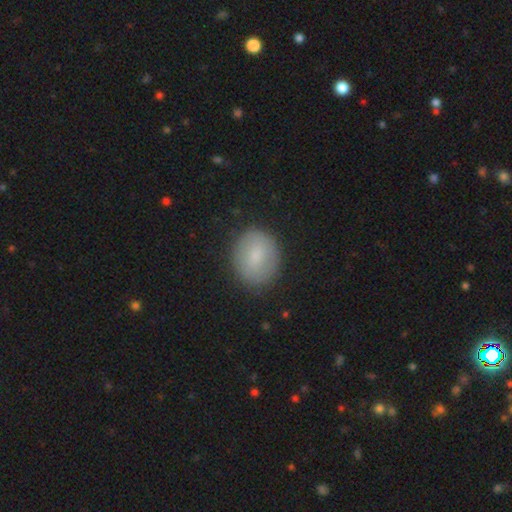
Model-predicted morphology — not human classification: A smooth galaxy with no disk features (76%) that is round (51%).

Vote fractions:
- Smooth or featured? smooth: 76% / featured or disk: 17% / star or artifact: 8%
- How rounded? round: 51% / in between: 48% / cigar-shaped: 1%
- Merging? none: 85% / minor disturbance: 11% / major disturbance: 3% / merger: 1%